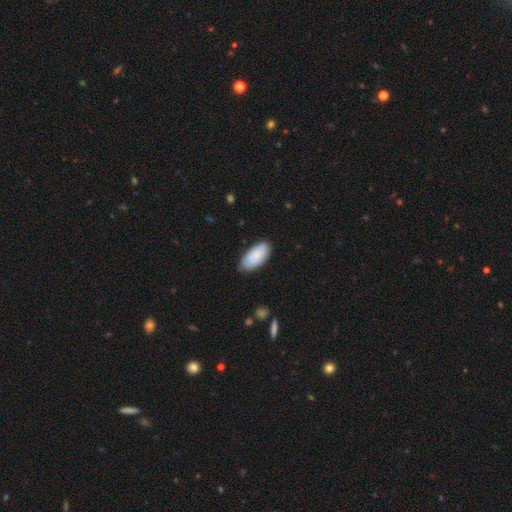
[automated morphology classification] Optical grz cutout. It shows a smooth galaxy with no disk features (83%) that is in between round and cigar-shaped (94%). Merging: none (79%).